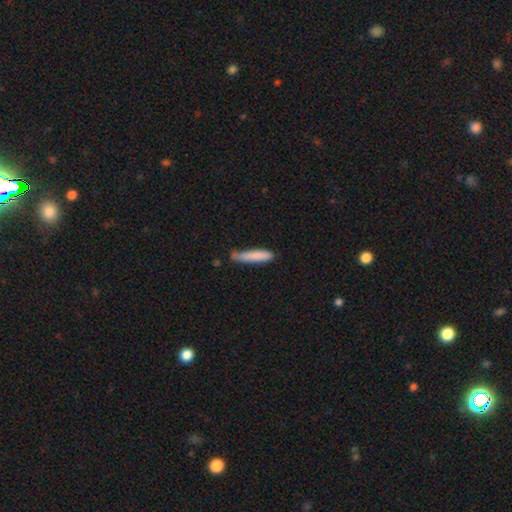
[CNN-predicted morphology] type=smooth (81%); roundness=cigar-shaped (91%); merging=none (60%).